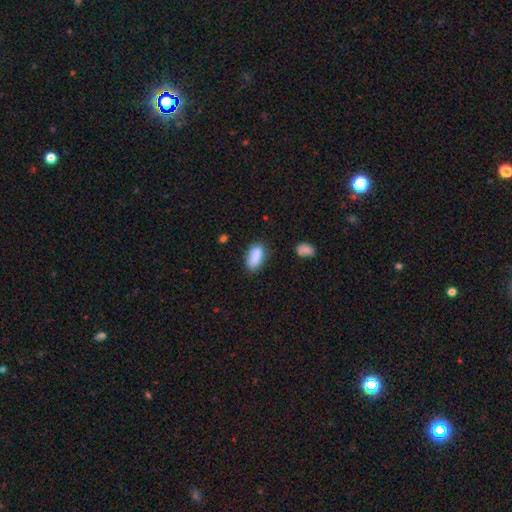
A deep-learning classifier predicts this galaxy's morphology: This appears to be a smooth galaxy with no disk features (84%) that is in between round and cigar-shaped (89%). Merging: none (59%).